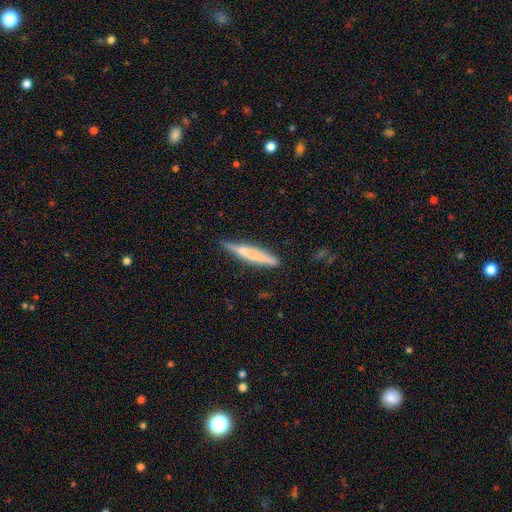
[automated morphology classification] smooth_or_featured: smooth (p=0.53) [alt: featured or disk p=0.40]
how_rounded: cigar-shaped (p=0.93) [alt: in between p=0.06]
merging: none (p=0.79) [alt: minor disturbance p=0.16]